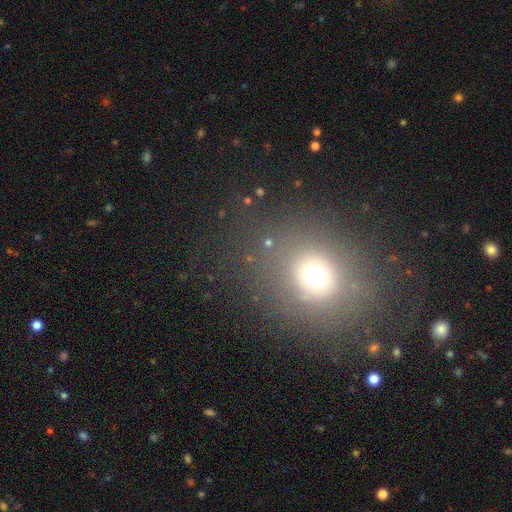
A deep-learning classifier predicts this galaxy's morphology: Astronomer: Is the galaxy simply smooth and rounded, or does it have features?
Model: smooth — 62%.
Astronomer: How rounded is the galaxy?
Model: round — 65%.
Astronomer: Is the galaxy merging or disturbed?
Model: none — 81%.